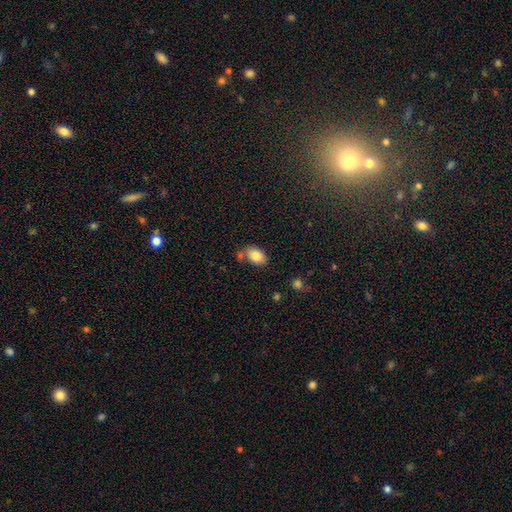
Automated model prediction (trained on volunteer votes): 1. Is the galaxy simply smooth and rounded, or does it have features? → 84% smooth, 8% featured or disk, 8% star or artifact.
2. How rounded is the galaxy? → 88% in between, 11% round, 1% cigar-shaped.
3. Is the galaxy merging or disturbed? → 66% none, 16% minor disturbance, 13% merger, 4% major disturbance.